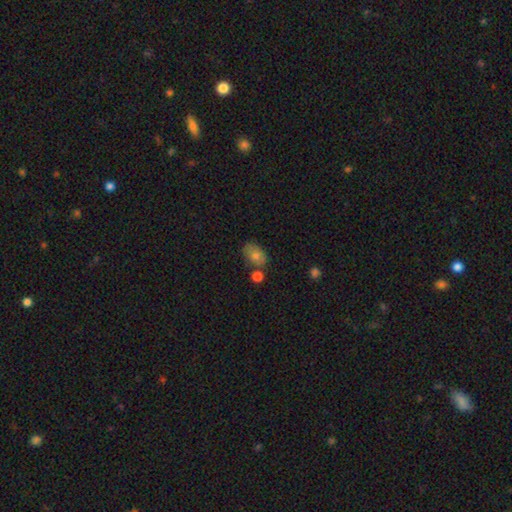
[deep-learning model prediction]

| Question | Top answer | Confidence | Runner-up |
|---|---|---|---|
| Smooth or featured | smooth | 74% | featured or disk (16%) |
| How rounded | in between | 83% | round (16%) |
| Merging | none | 61% | minor disturbance (20%) |